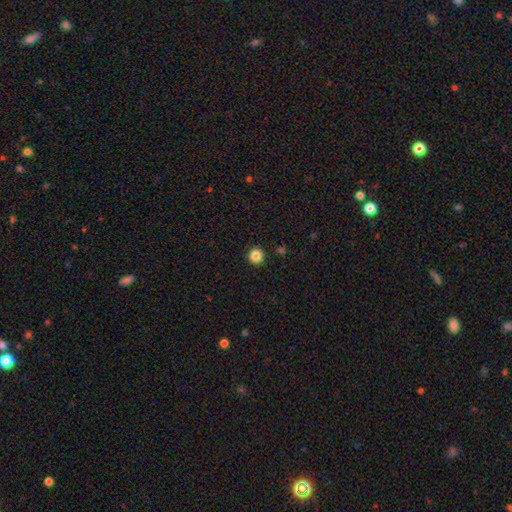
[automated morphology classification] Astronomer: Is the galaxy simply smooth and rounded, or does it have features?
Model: smooth — 86%.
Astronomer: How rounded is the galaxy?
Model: round — 95%.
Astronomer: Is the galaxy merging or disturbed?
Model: none — 93%.